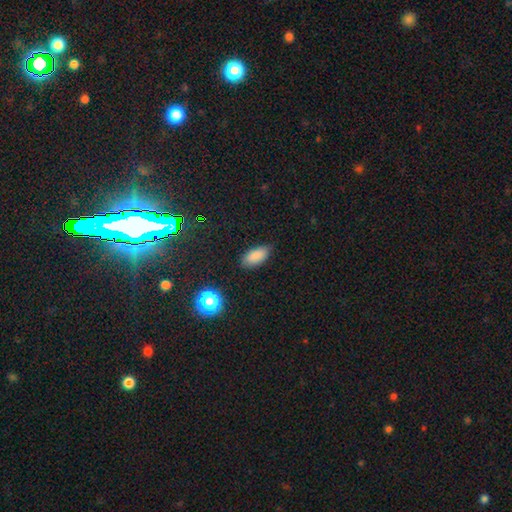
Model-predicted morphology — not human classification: Smooth or featured?
  - smooth: 85% *
  - star or artifact: 11%
  - featured or disk: 5%
How rounded?
  - in between: 89% *
  - cigar-shaped: 8%
  - round: 3%
Merging?
  - none: 82% *
  - minor disturbance: 14%
  - major disturbance: 3%
  - merger: 1%